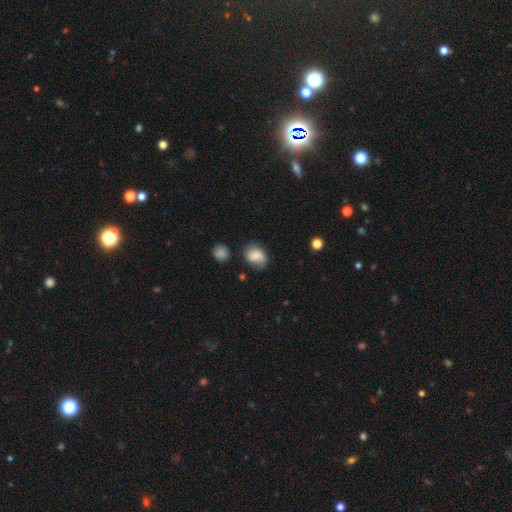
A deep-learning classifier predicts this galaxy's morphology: A smooth galaxy with no disk features (75%) that is in between round and cigar-shaped (61%). Merging: none (65%).